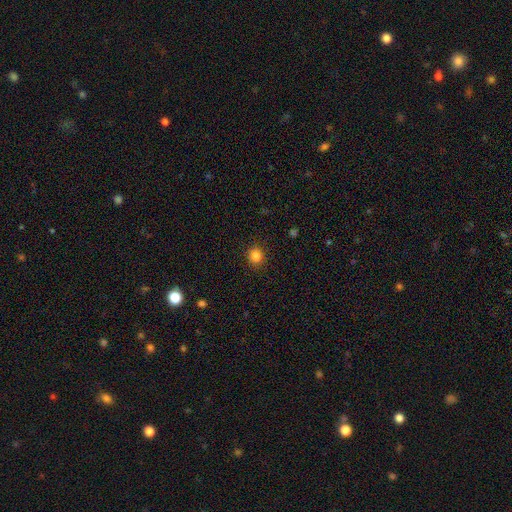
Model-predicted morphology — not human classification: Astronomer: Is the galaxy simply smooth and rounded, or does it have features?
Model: smooth — 84%.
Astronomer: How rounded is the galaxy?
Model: round — 84%.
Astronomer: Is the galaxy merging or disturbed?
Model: none — 90%.